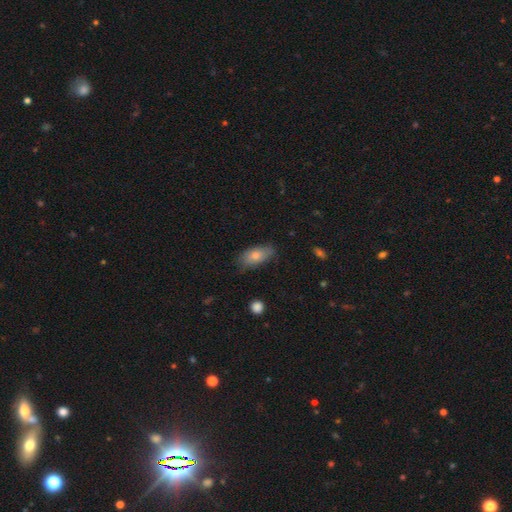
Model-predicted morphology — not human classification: Q: Smooth or featured?
A: smooth (76%); runner-up: featured or disk (17%)
Q: How rounded?
A: in between (90%); runner-up: cigar-shaped (6%)
Q: Merging?
A: none (70%); runner-up: minor disturbance (24%)